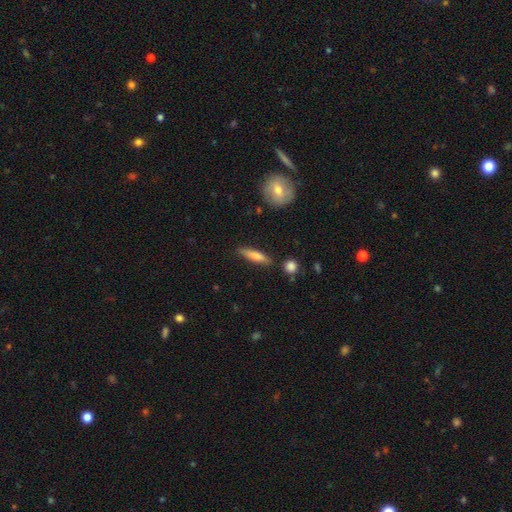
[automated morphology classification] type=smooth (68%); roundness=cigar-shaped (80%); merging=none (85%).